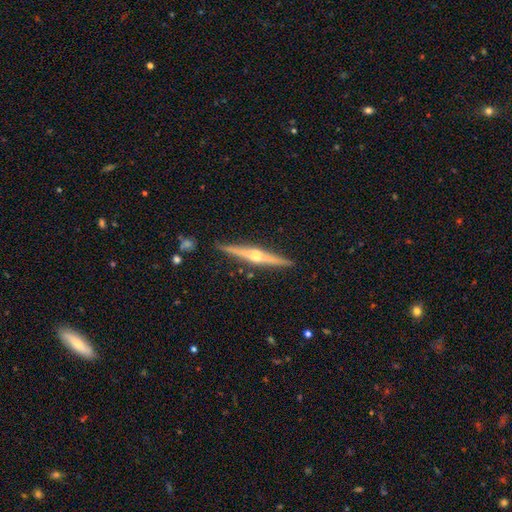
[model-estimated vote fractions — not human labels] Morphology: type=featured or disk (80%); edge-on=yes (98%); edge-on bulge=rounded (94%); merging=none (90%).